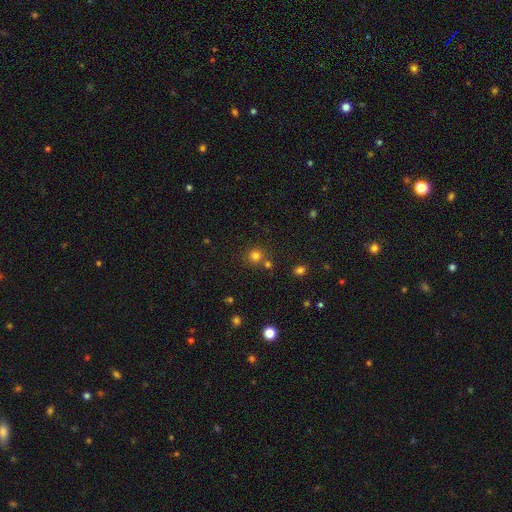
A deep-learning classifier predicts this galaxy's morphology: smooth_or_featured: smooth (p=0.76) [alt: star or artifact p=0.17]
how_rounded: round (p=0.91) [alt: in between p=0.08]
merging: none (p=0.72) [alt: merger p=0.17]